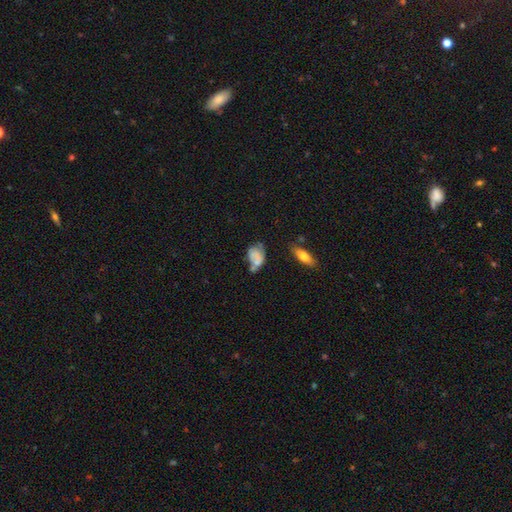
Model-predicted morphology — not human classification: A smooth galaxy with no disk features (66%) that is in between round and cigar-shaped (78%). Merging: none (31%).